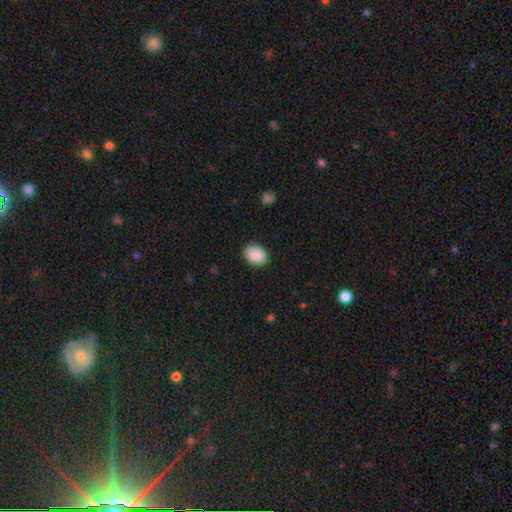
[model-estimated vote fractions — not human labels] Morphology: type=smooth (88%); roundness=in between (73%); merging=none (88%).